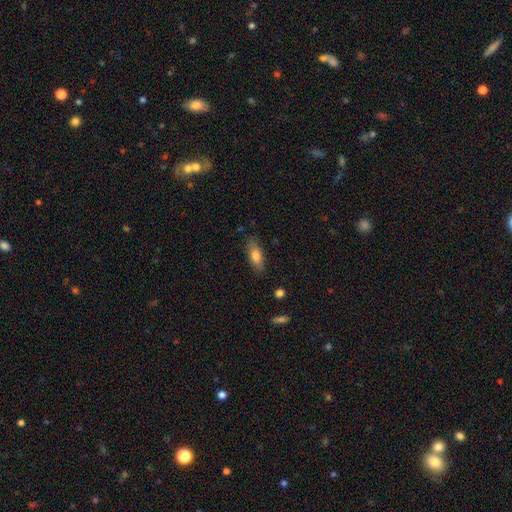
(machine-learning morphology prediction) A smooth galaxy with no disk features (74%) that is in between round and cigar-shaped (68%).

Vote fractions:
- Smooth or featured? smooth: 74% / featured or disk: 19% / star or artifact: 7%
- How rounded? in between: 68% / cigar-shaped: 29% / round: 3%
- Merging? none: 83% / minor disturbance: 13% / major disturbance: 3% / merger: 2%